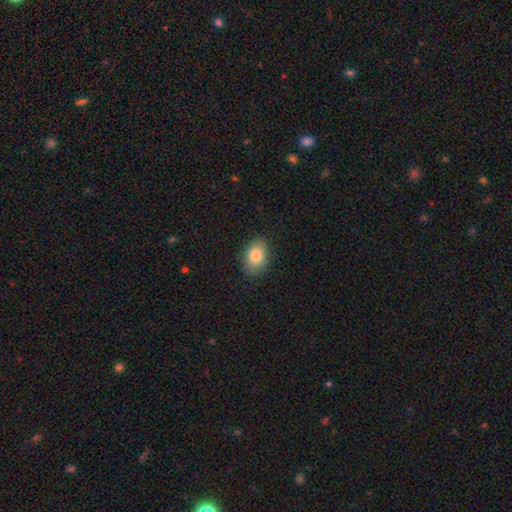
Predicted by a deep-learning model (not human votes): Smooth or featured?
  - smooth: 84% *
  - featured or disk: 8%
  - star or artifact: 7%
How rounded?
  - in between: 81% *
  - round: 18%
  - cigar-shaped: 1%
Merging?
  - none: 85% *
  - minor disturbance: 11%
  - major disturbance: 3%
  - merger: 1%